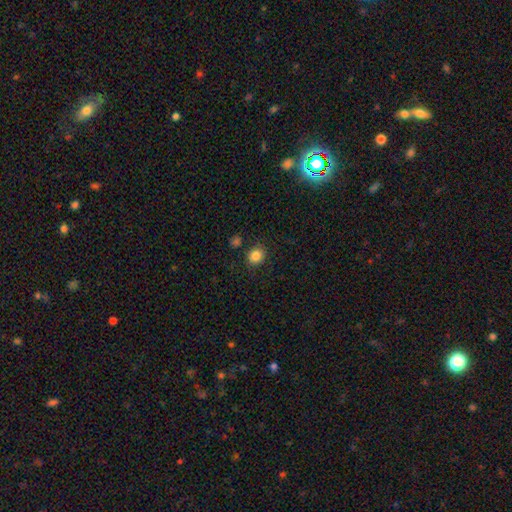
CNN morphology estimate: Overall: smooth (85%). How rounded: round (74%). Merging: none (84%).